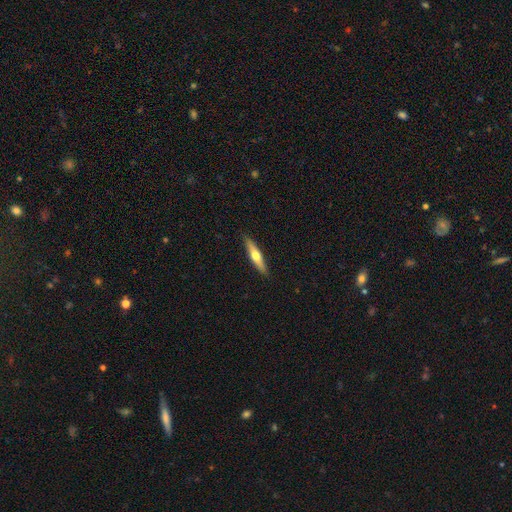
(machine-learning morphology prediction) type=featured or disk (51%); edge-on=yes (93%); merging=none (90%).